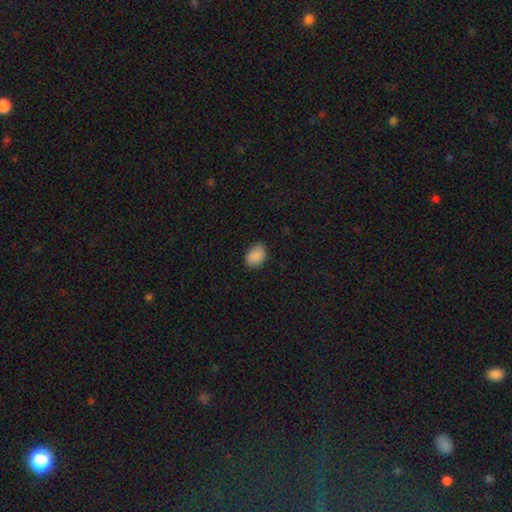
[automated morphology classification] Overall: smooth (88%). How rounded: in between (79%). Merging: none (74%).